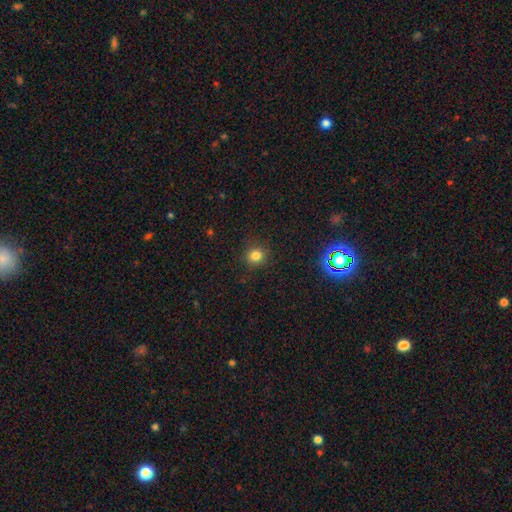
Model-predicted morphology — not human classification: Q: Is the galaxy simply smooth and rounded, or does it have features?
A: smooth — 81%.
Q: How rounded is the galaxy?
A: round — 89%.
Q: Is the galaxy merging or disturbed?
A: none — 89%.